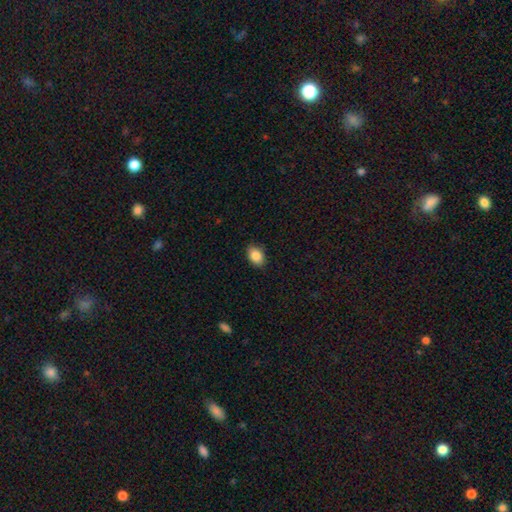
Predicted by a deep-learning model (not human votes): A smooth galaxy with no disk features (87%) that is in between round and cigar-shaped (81%).

Vote fractions:
- Smooth or featured? smooth: 87% / star or artifact: 8% / featured or disk: 6%
- How rounded? in between: 81% / round: 18% / cigar-shaped: 1%
- Merging? none: 87% / minor disturbance: 10% / major disturbance: 2% / merger: 1%